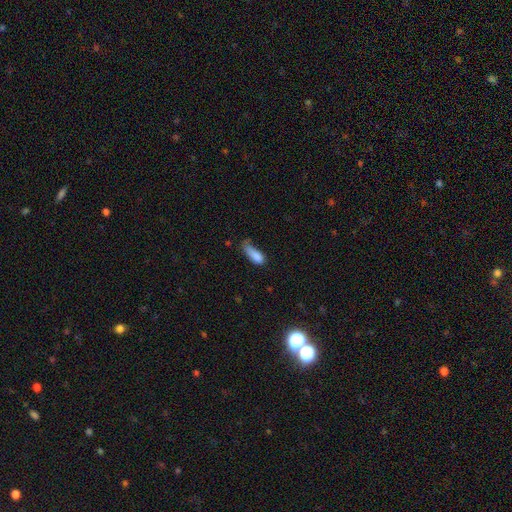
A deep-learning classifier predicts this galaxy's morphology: This is clearly a smooth galaxy (81%). How rounded: likely in between (66%). Merging: marginally minor disturbance (35%).